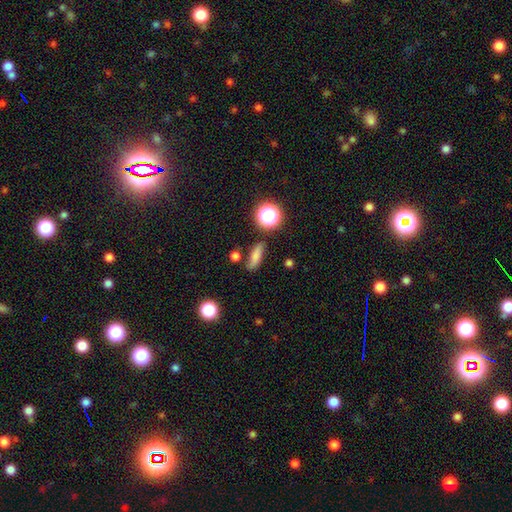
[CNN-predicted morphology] smooth-or-featured: smooth: 75% | star or artifact: 13% | featured or disk: 12%
  how-rounded: cigar-shaped: 44% | in between: 43% | round: 13%
  merging: none: 76% | minor disturbance: 15% | merger: 5% | major disturbance: 4%